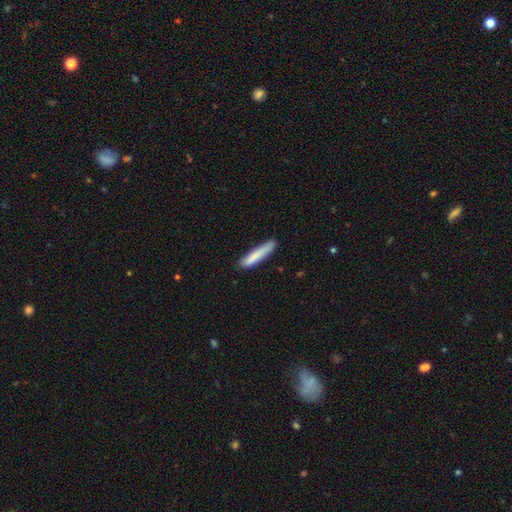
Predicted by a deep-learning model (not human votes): smooth 83%, featured or disk 11%, star or artifact 6%. Down the decision tree: how rounded — cigar-shaped (91%); merging — none (82%).